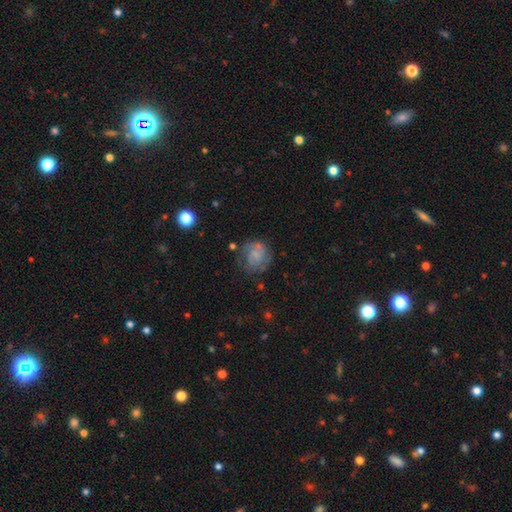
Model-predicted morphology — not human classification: type=featured or disk (51%); edge-on=no (98%); bar=no (73%); spiral arms=yes (71%); bulge=none (45%); merging=none (56%).